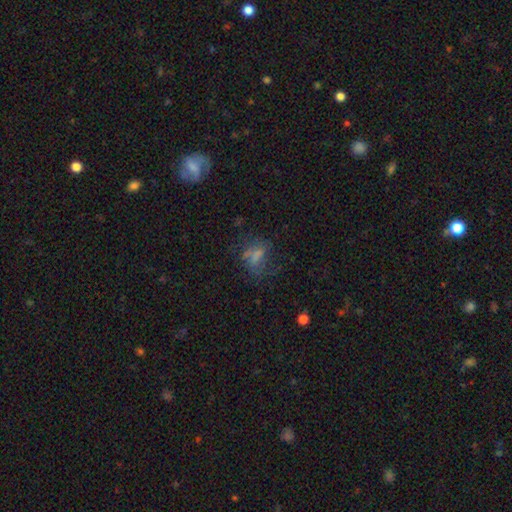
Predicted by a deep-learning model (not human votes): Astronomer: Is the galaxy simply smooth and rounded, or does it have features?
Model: smooth — 50% (runner-up: featured or disk, 30%).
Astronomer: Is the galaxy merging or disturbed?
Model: none — 44% (runner-up: major disturbance, 30%).